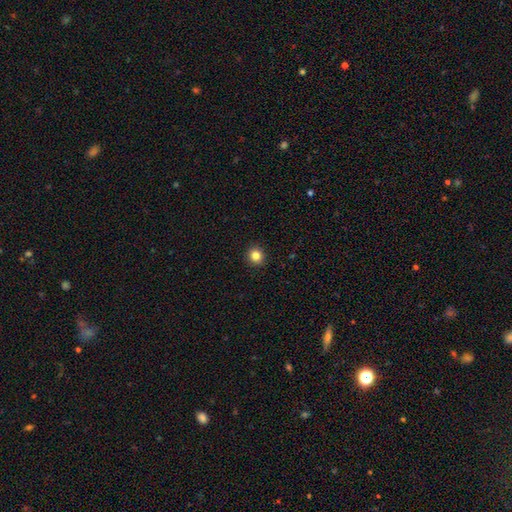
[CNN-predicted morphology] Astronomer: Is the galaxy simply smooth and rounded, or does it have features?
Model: smooth — 83%.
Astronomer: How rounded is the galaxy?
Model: round — 90%.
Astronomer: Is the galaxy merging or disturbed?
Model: none — 93%.